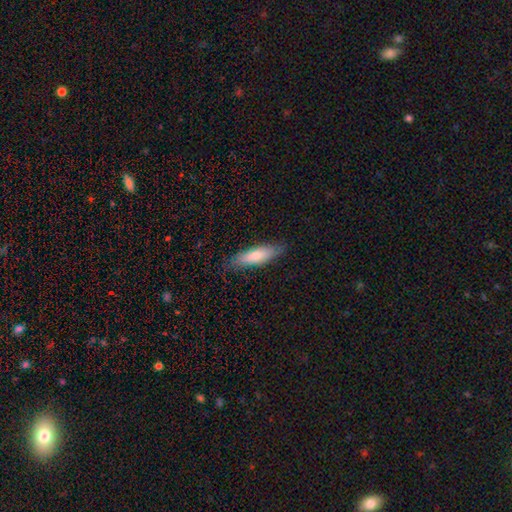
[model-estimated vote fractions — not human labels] A smooth galaxy with no disk features (80%) that is cigar-shaped (59%).

Vote fractions:
- Smooth or featured? smooth: 80% / featured or disk: 14% / star or artifact: 5%
- How rounded? cigar-shaped: 59% / in between: 40% / round: 2%
- Merging? none: 80% / minor disturbance: 16% / major disturbance: 3% / merger: 1%